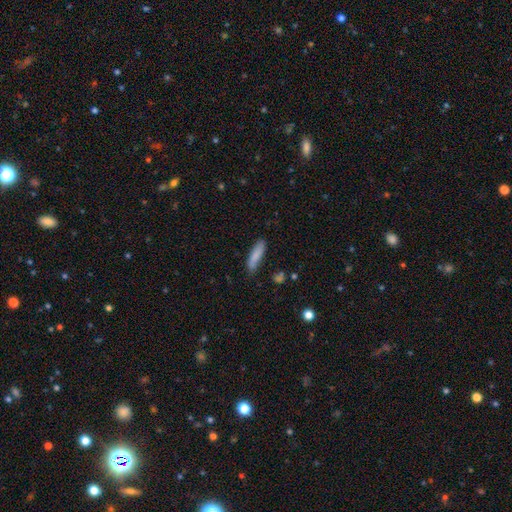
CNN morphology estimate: This appears to be a smooth galaxy with no disk features (83%) that is cigar-shaped (66%). Merging: none (75%).